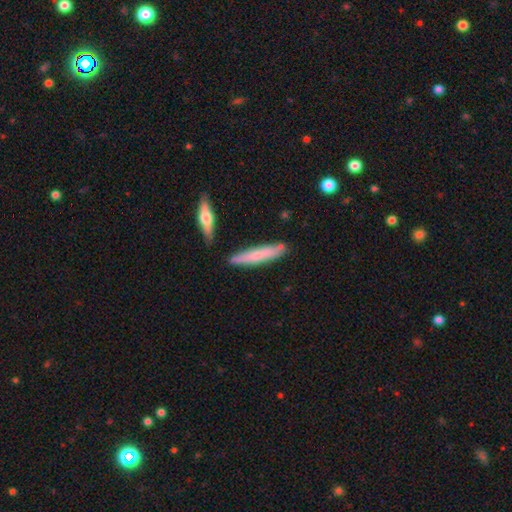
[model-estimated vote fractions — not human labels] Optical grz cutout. It shows a smooth galaxy with no disk features (65%) that is cigar-shaped (91%). Merging: none (81%).